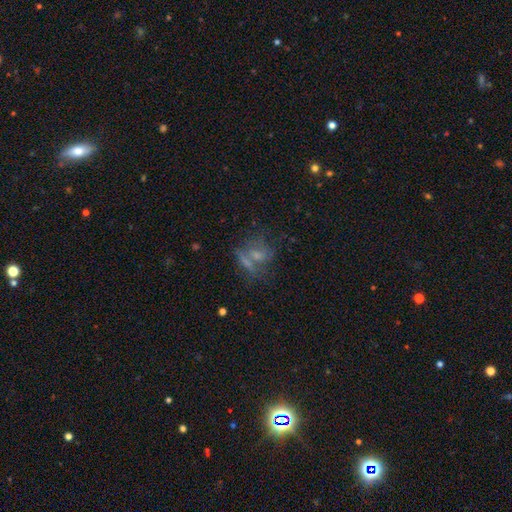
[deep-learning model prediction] Q: Smooth or featured?
A: smooth (42%); runner-up: featured or disk (32%)
Q: Merging?
A: none (49%); runner-up: merger (20%)